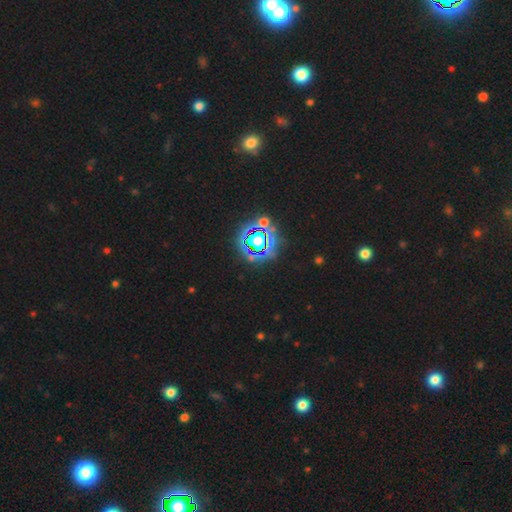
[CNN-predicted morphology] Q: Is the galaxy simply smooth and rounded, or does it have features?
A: star or artifact — 82%.